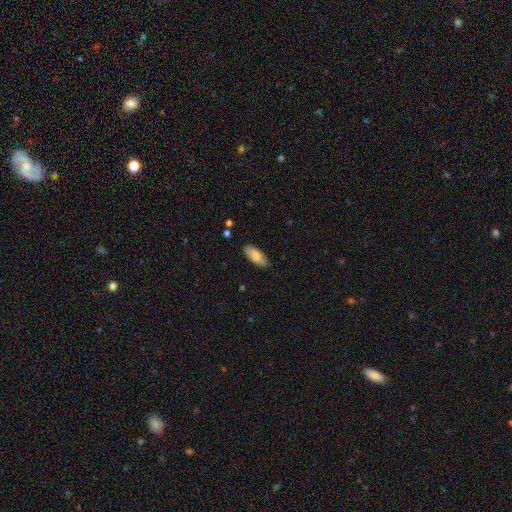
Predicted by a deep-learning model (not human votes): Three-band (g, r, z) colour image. It shows a smooth galaxy with no disk features (78%) that is in between round and cigar-shaped (85%). Merging: none (86%).